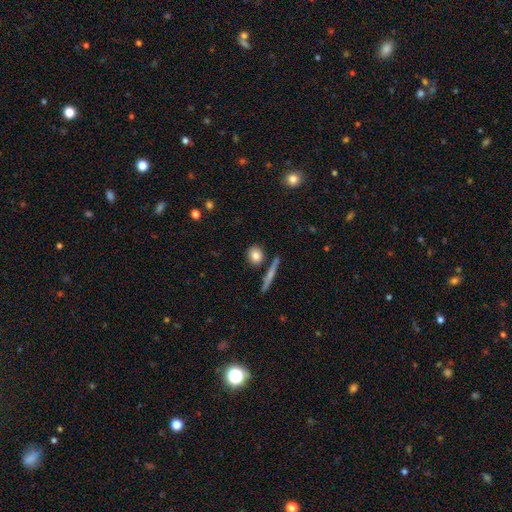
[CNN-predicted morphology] Q: Smooth or featured?
A: smooth (80%); runner-up: featured or disk (11%)
Q: How rounded?
A: round (71%); runner-up: in between (23%)
Q: Merging?
A: none (79%); runner-up: minor disturbance (9%)